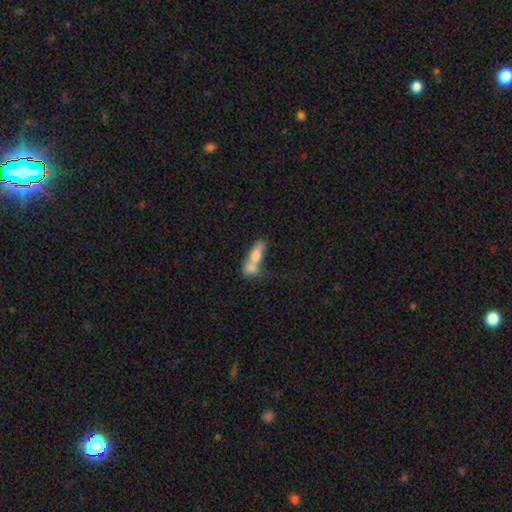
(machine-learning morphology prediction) type=smooth (69%); roundness=in between (63%); merging=merger (72%).